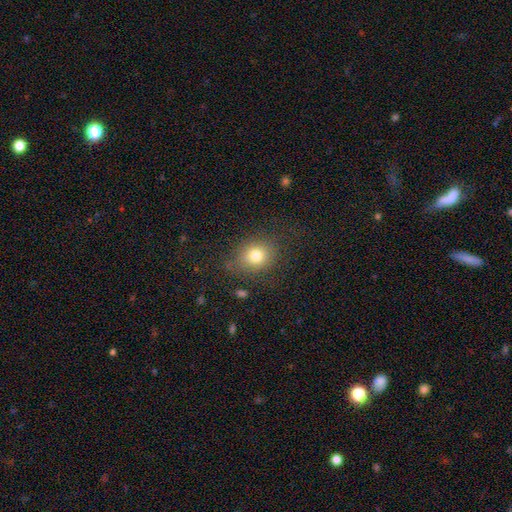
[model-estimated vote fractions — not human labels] smooth_or_featured: smooth (p=0.78) [alt: star or artifact p=0.12]
how_rounded: round (p=0.62) [alt: in between p=0.37]
merging: none (p=0.76) [alt: minor disturbance p=0.16]